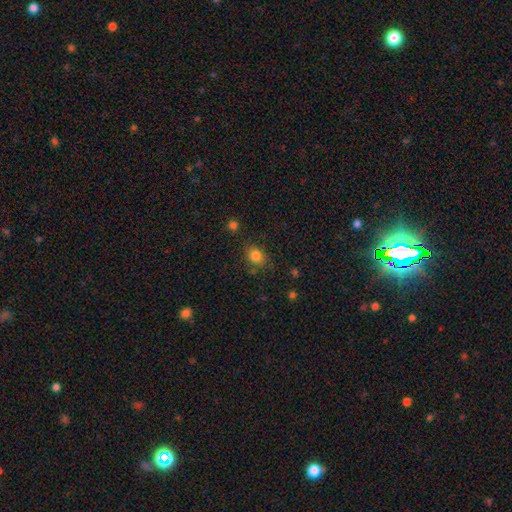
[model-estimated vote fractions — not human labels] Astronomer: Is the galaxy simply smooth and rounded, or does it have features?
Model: smooth — 82%.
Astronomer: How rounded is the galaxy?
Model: round — 58% (runner-up: in between, 41%).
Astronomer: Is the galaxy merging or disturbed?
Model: none — 76%.